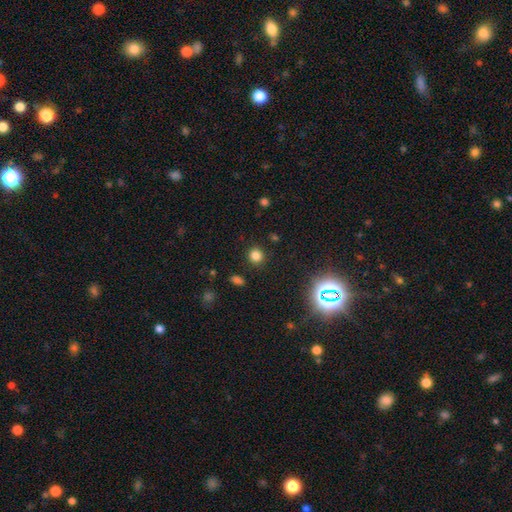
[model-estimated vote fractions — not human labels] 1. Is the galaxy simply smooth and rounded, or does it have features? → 78% smooth, 17% star or artifact, 5% featured or disk.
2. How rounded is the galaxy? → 88% round, 11% in between, 1% cigar-shaped.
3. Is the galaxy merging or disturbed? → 89% none, 7% minor disturbance, 3% major disturbance, 2% merger.